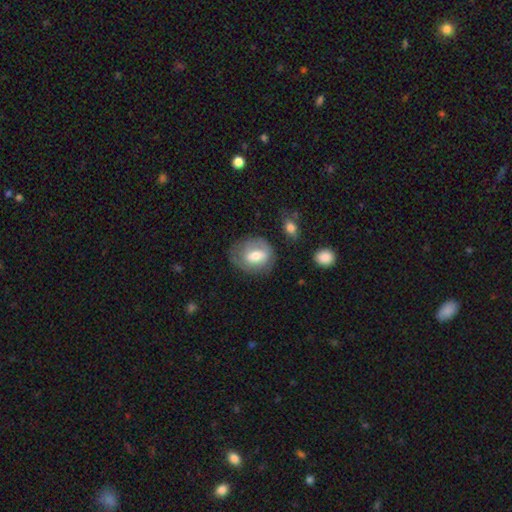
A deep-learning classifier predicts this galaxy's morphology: A smooth galaxy with no disk features (56%) that is round (51%). Merging: none (62%).